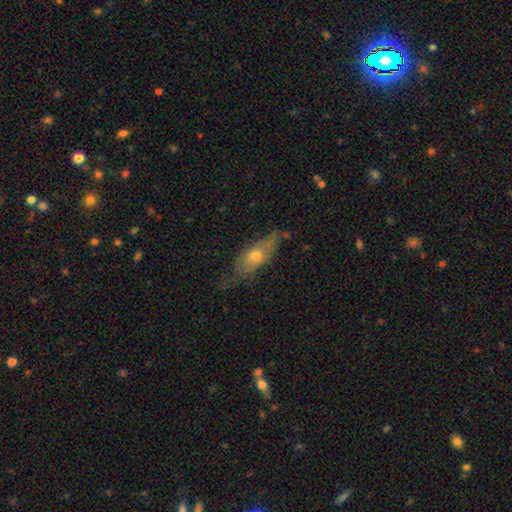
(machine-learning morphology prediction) Smooth or featured?
  - featured or disk: 52% *
  - smooth: 40%
  - star or artifact: 8%
Edge-on disk?
  - yes: 56% *
  - no: 44%
Merging?
  - none: 59% *
  - minor disturbance: 29%
  - major disturbance: 10%
  - merger: 2%